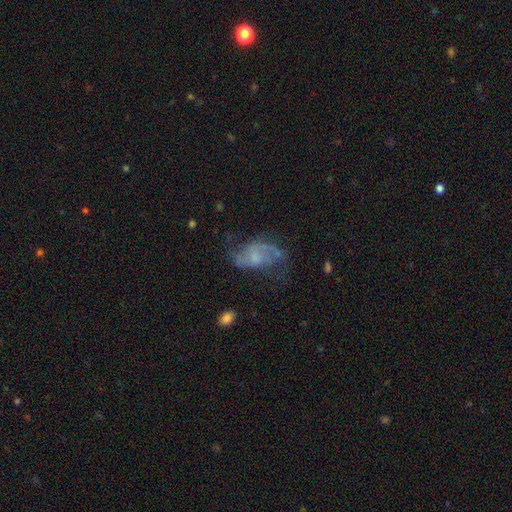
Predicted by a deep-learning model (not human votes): This is likely a featured or disk galaxy (68%). It is clearly not viewed edge-on (97%). Bar: possibly no (56%). Spiral arm pattern: clearly yes (80%). Spiral arm count: likely 2 (77%). Spiral winding: possibly loose (54%). Central bulge: marginally small (37%). Merging: possibly none (46%).